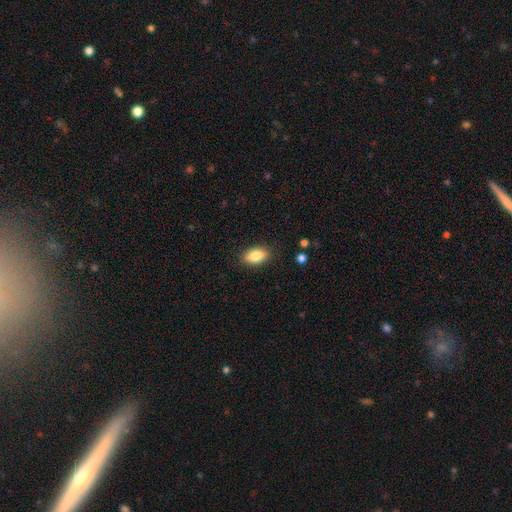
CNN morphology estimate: Smooth or featured?
  - smooth: 82% *
  - featured or disk: 10%
  - star or artifact: 8%
How rounded?
  - in between: 89% *
  - round: 6%
  - cigar-shaped: 5%
Merging?
  - none: 87% *
  - minor disturbance: 10%
  - major disturbance: 2%
  - merger: 1%